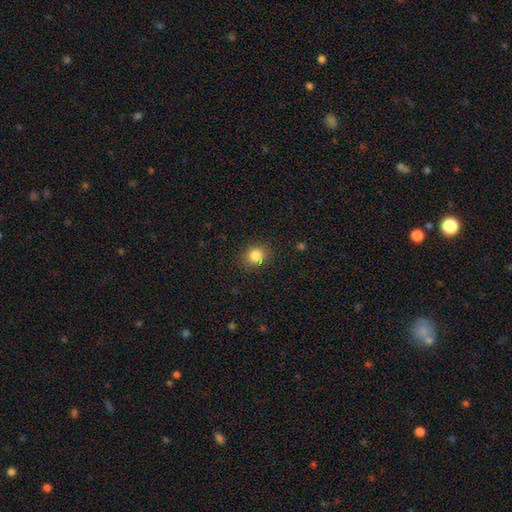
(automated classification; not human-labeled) Q: Smooth or featured?
A: smooth (83%); runner-up: star or artifact (12%)
Q: How rounded?
A: round (78%); runner-up: in between (22%)
Q: Merging?
A: none (84%); runner-up: minor disturbance (10%)